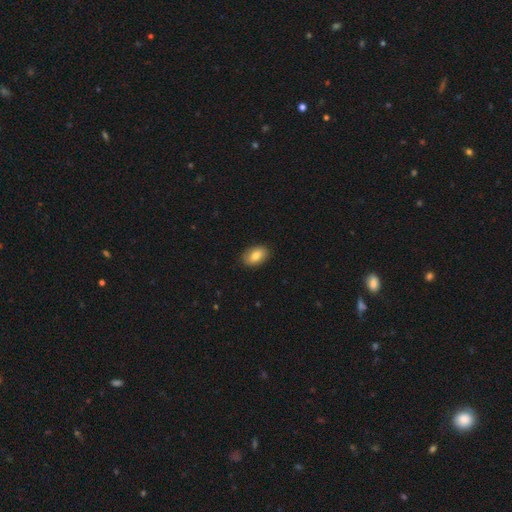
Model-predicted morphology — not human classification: The model was most divided on "smooth or featured": smooth: 79%, featured or disk: 14%, star or artifact: 7%. More confident: how rounded — in between (89%); merging — none (88%).